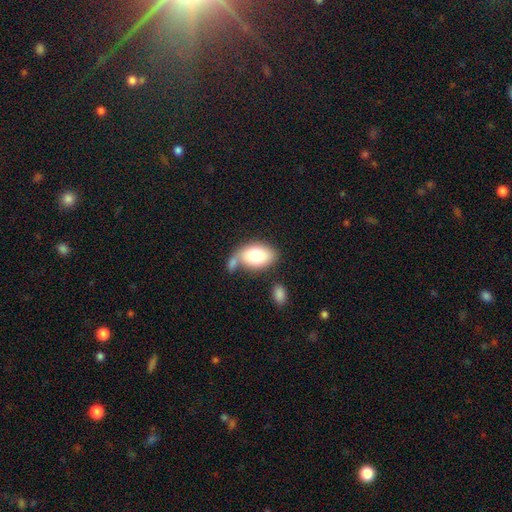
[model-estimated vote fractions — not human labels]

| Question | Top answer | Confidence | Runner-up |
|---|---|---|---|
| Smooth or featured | smooth | 79% | featured or disk (15%) |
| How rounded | in between | 90% | round (8%) |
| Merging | none | 45% | merger (25%) |